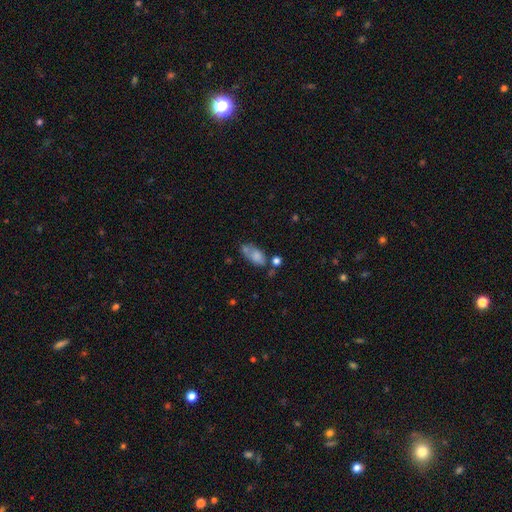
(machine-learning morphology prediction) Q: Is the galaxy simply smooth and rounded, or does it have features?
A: smooth — 71%.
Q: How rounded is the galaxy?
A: in between — 86%.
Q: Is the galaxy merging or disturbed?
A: none — 39%.